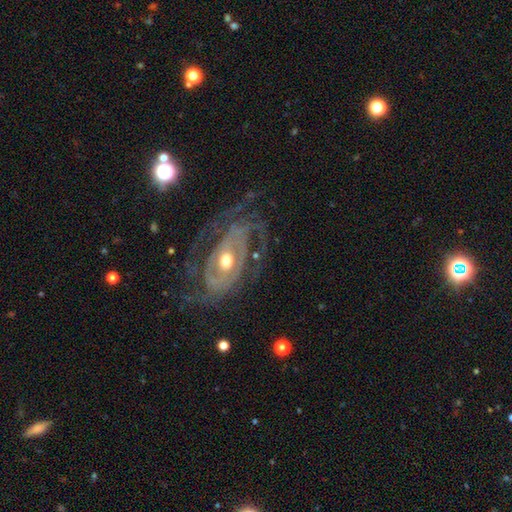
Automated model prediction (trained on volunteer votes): smooth_or_featured: featured or disk (p=0.88) [alt: smooth p=0.07]
disk_edge_on: no (p=0.95) [alt: yes p=0.05]
bar: no (p=0.60) [alt: weak p=0.26]
has_spiral_arms: yes (p=0.92) [alt: no p=0.08]
spiral_winding: tight (p=0.50) [alt: medium p=0.35]
spiral_arm_count: 2 (p=0.32) [alt: can't tell p=0.24]
bulge_size: moderate (p=0.74) [alt: small p=0.17]
merging: none (p=0.61) [alt: major disturbance p=0.19]